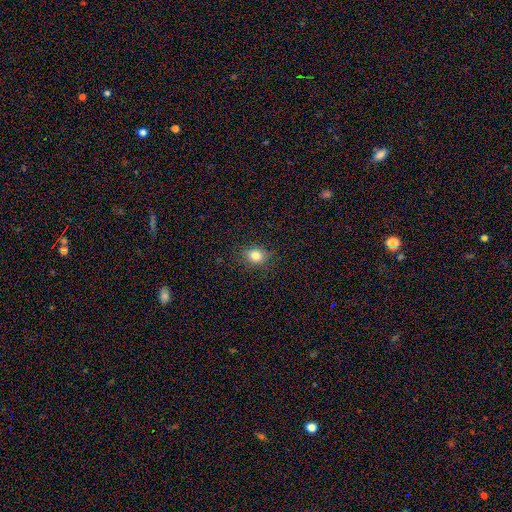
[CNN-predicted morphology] Q: Smooth or featured?
A: smooth (80%); runner-up: star or artifact (14%)
Q: How rounded?
A: round (63%); runner-up: in between (36%)
Q: Merging?
A: none (85%); runner-up: minor disturbance (11%)